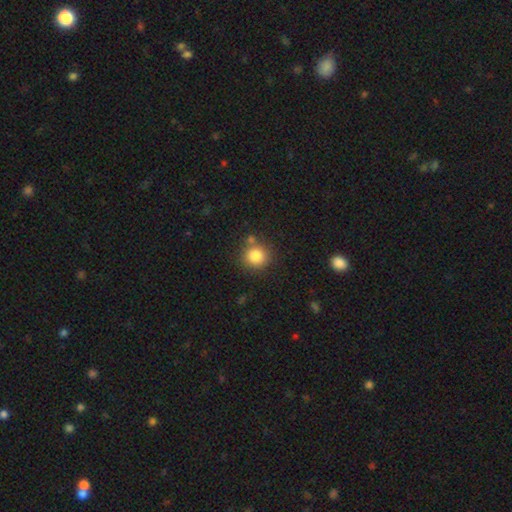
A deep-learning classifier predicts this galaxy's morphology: The model was most divided on "merging": none: 77%, minor disturbance: 10%, merger: 9%, major disturbance: 3%. More confident: how rounded — round (89%); smooth or featured — smooth (83%).